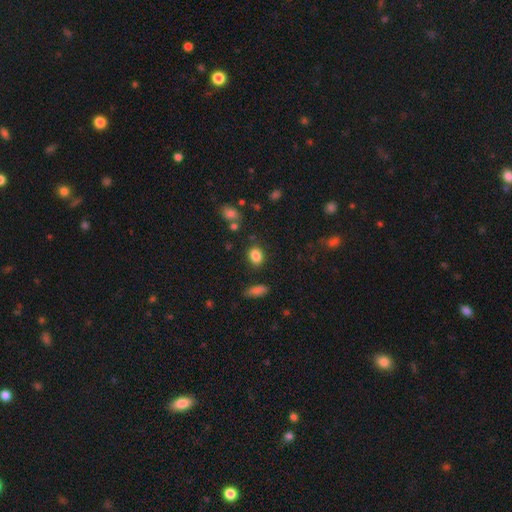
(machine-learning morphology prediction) This appears to be a smooth galaxy with no disk features (84%) that is in between round and cigar-shaped (58%). Merging: none (85%).